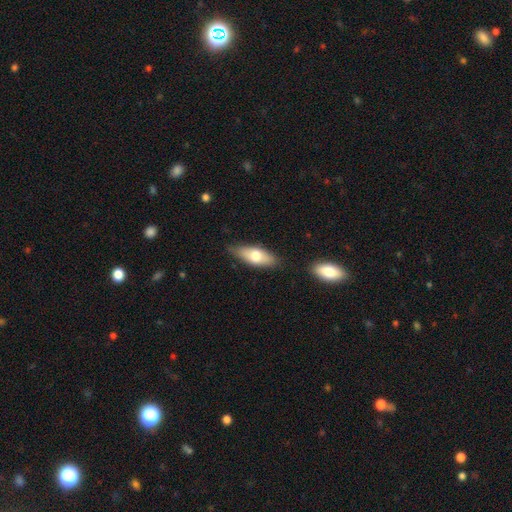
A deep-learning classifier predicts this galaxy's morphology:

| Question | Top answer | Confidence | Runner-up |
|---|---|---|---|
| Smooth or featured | smooth | 67% | featured or disk (27%) |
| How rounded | in between | 72% | cigar-shaped (25%) |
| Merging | none | 77% | minor disturbance (18%) |